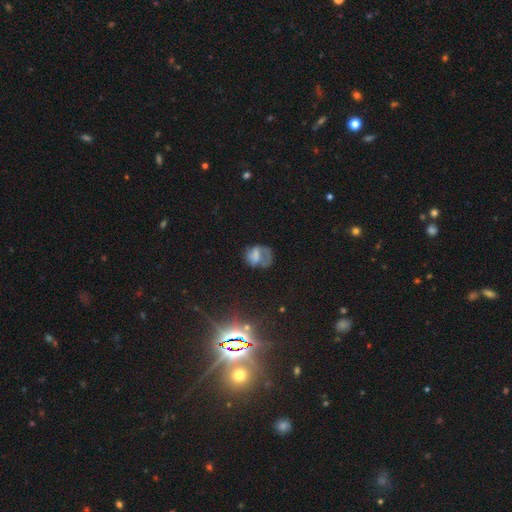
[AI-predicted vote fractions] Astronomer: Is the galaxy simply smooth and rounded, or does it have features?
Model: smooth — 47% (runner-up: featured or disk, 37%).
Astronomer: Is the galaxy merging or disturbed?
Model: none — 38% (runner-up: major disturbance, 32%).